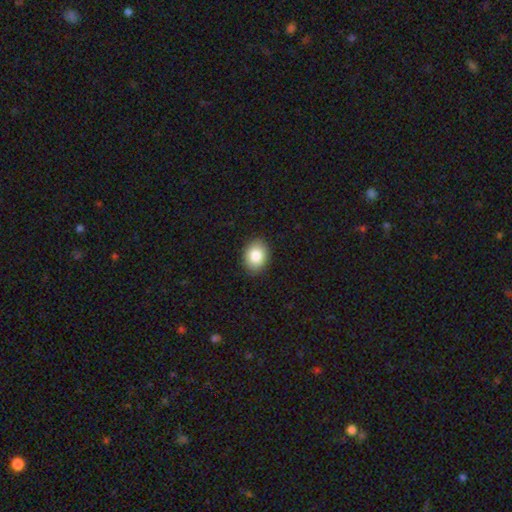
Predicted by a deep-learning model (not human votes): This is clearly a smooth galaxy (84%). How rounded: likely in between (62%). Merging: clearly none (89%).